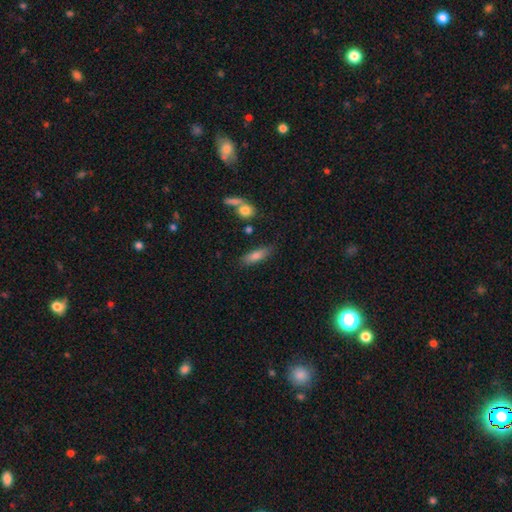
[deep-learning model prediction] Smooth or featured? Predicted: smooth (p=0.76). How rounded? Predicted: in between (p=0.53). Merging? Predicted: none (p=0.76).